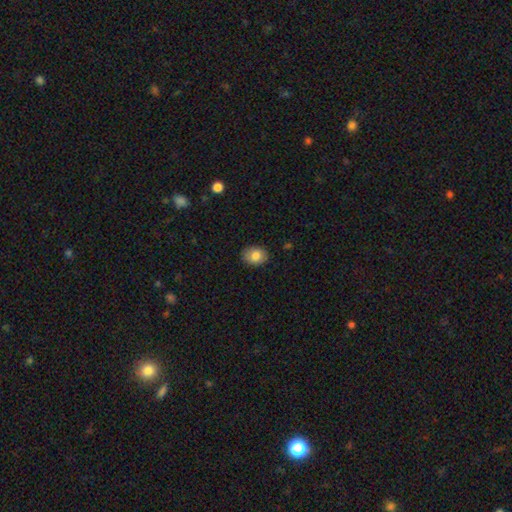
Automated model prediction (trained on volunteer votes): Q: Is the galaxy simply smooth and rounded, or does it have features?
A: smooth — 80%.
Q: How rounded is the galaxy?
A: in between — 62%.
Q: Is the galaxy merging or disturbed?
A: none — 84%.